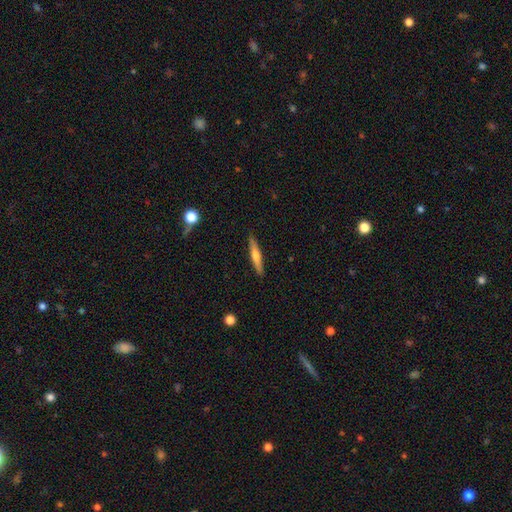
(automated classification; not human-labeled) Morphology: type=smooth (50%); roundness=cigar-shaped (91%); merging=none (89%).